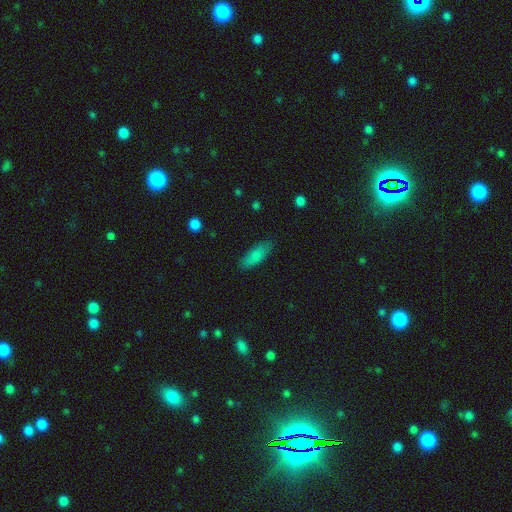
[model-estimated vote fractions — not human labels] Smooth or featured?
  - smooth: 81% *
  - featured or disk: 12%
  - star or artifact: 7%
How rounded?
  - in between: 69% *
  - cigar-shaped: 29%
  - round: 2%
Merging?
  - none: 82% *
  - minor disturbance: 14%
  - major disturbance: 3%
  - merger: 1%